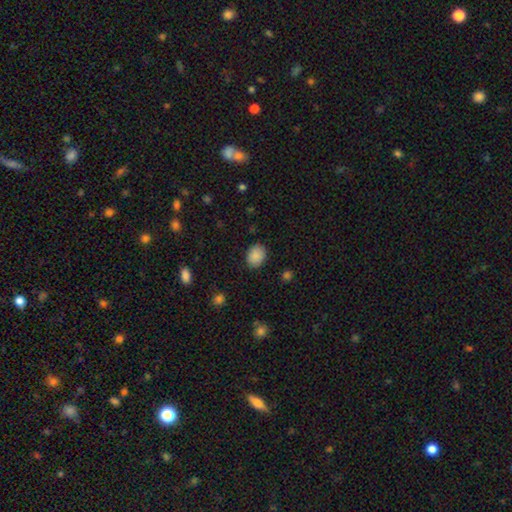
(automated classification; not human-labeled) Smooth or featured?
  - smooth: 88% *
  - star or artifact: 8%
  - featured or disk: 4%
How rounded?
  - in between: 53% *
  - round: 46%
  - cigar-shaped: 1%
Merging?
  - none: 87% *
  - minor disturbance: 10%
  - major disturbance: 2%
  - merger: 1%